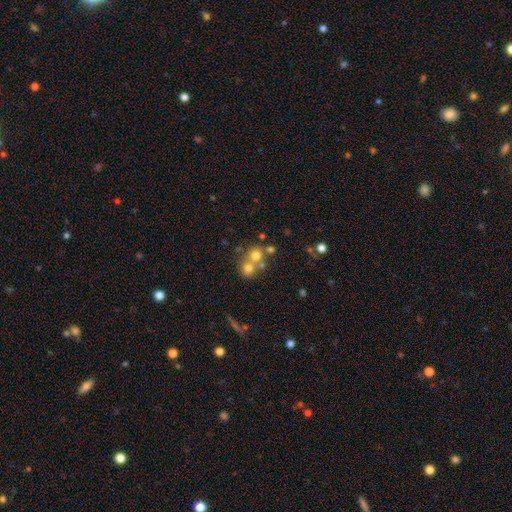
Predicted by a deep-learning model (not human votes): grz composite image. It shows a smooth galaxy with no disk features (65%) that is round (86%). Merging: merger (48%).